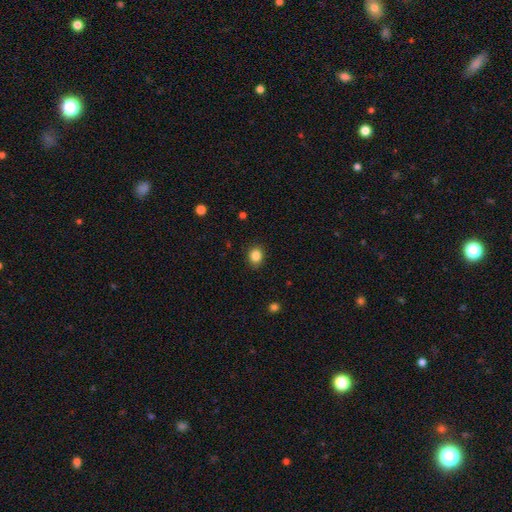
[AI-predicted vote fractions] Overall: smooth (85%). How rounded: round (58%; in between 41%). Merging: none (88%).